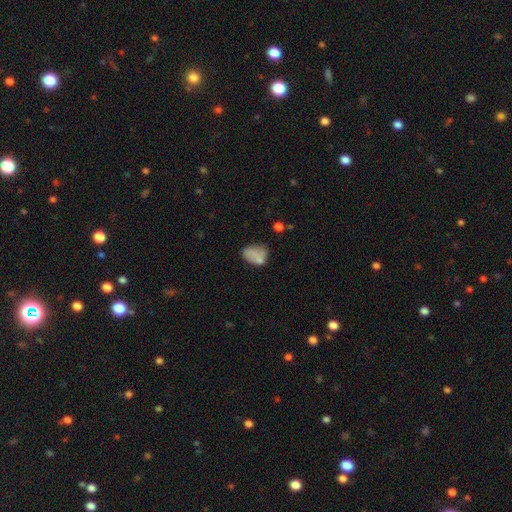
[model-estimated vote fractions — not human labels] smooth-or-featured: smooth: 73% | featured or disk: 16% | star or artifact: 10%
  how-rounded: in between: 78% | round: 20% | cigar-shaped: 2%
  merging: none: 45% | minor disturbance: 27% | merger: 14% | major disturbance: 14%